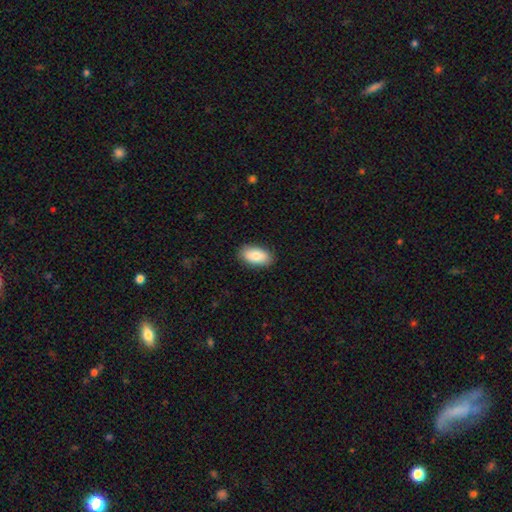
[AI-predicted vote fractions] Overall: smooth (83%). How rounded: in between (94%). Merging: none (88%).